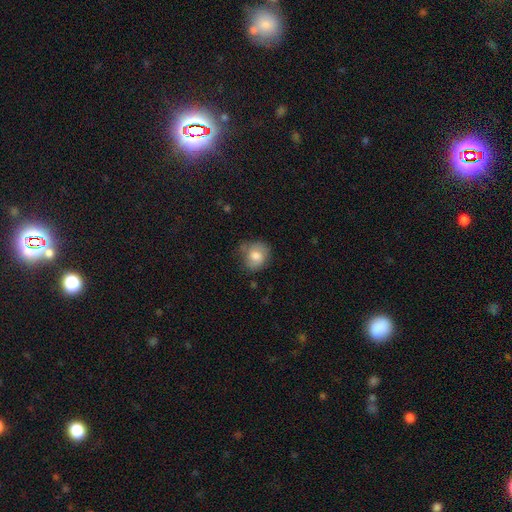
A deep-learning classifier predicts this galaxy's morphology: This is likely a smooth galaxy (78%). How rounded: likely round (69%). Merging: possibly none (58%).